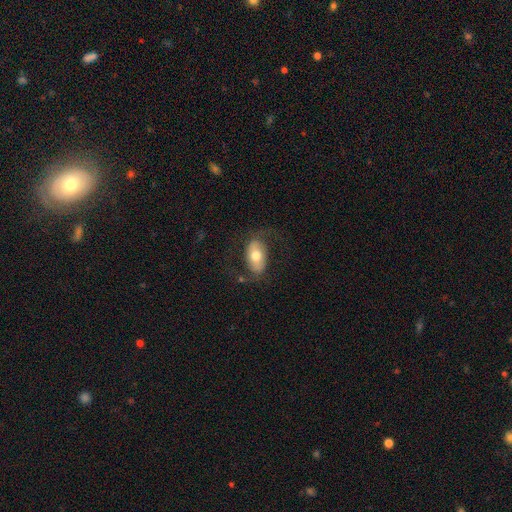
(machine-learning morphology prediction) Smooth or featured? Predicted: smooth (p=0.52). How rounded? Predicted: in between (p=0.91). Merging? Predicted: none (p=0.68).